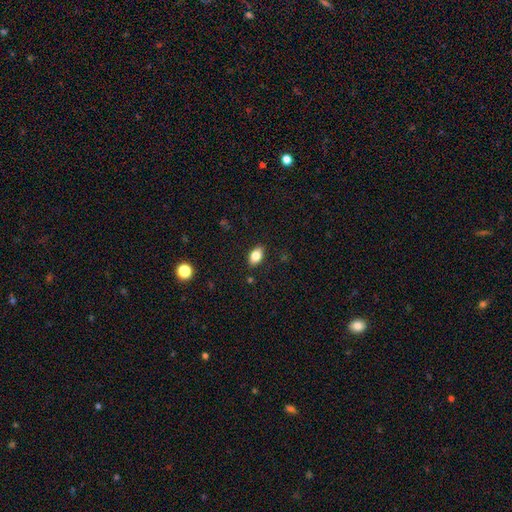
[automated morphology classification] This is clearly a smooth galaxy (80%). How rounded: clearly in between (87%). Merging: clearly none (86%).